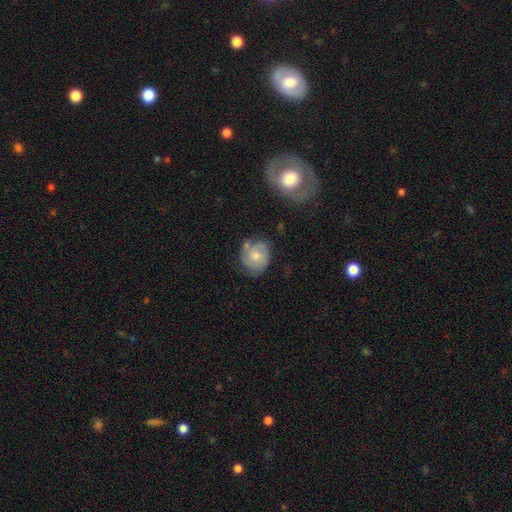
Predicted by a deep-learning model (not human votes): smooth_or_featured: featured or disk (p=0.51) [alt: smooth p=0.42]
disk_edge_on: no (p=0.97) [alt: yes p=0.03]
merging: none (p=0.57) [alt: minor disturbance p=0.26]